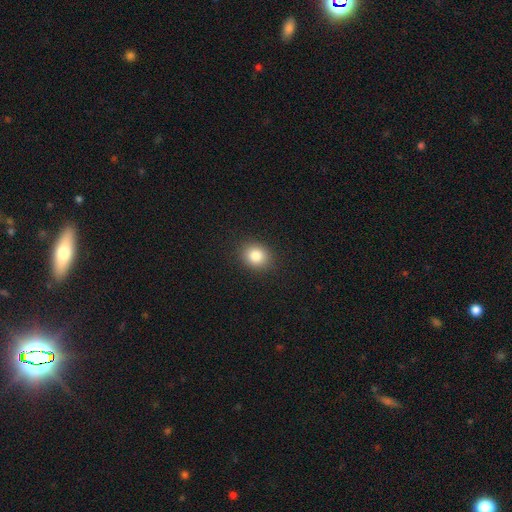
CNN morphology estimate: A smooth galaxy with no disk features (83%) that is round (66%).

Vote fractions:
- Smooth or featured? smooth: 83% / star or artifact: 10% / featured or disk: 6%
- How rounded? round: 66% / in between: 33% / cigar-shaped: 1%
- Merging? none: 90% / minor disturbance: 7% / major disturbance: 2% / merger: 1%